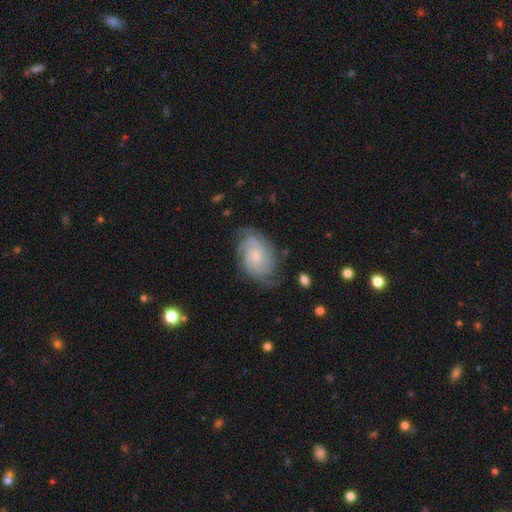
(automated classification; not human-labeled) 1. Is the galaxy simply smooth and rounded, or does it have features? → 78% featured or disk, 16% smooth, 6% star or artifact.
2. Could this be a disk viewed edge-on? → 97% no, 3% yes.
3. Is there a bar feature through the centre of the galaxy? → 76% no, 21% weak, 3% strong.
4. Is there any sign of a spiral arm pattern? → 94% yes, 6% no.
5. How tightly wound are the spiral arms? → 59% tight, 31% medium, 10% loose.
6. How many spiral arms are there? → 34% can't tell, 25% 2, 19% 3, 11% 4, 5% 1, 5% more than 4.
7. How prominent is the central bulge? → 71% small, 22% moderate, 4% none, 2% large, 1% dominant.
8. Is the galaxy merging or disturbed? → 68% none, 21% minor disturbance, 10% major disturbance, 2% merger.